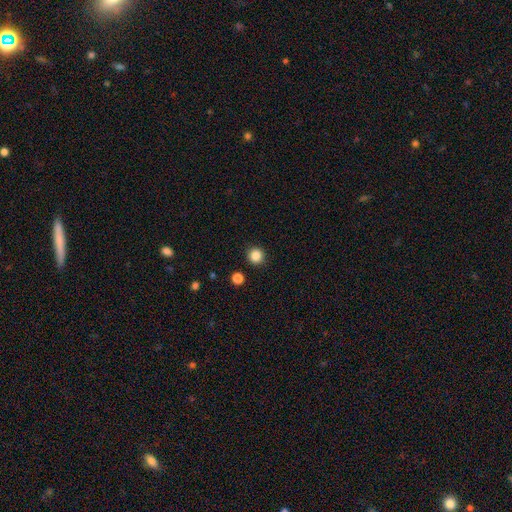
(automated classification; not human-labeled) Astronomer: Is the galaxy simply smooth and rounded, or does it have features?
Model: smooth — 86%.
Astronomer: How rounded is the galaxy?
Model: round — 94%.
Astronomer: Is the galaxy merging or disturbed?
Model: none — 91%.